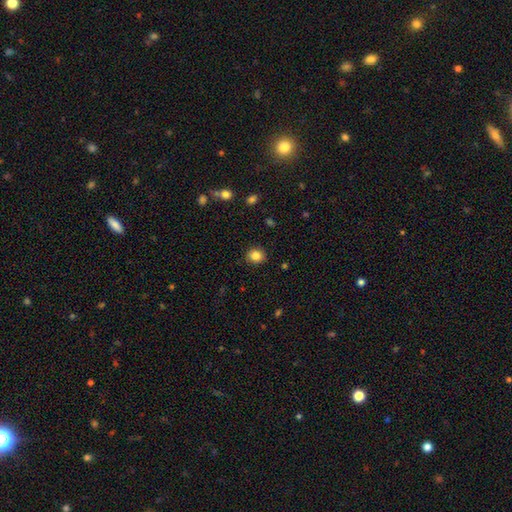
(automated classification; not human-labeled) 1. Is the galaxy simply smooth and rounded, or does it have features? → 84% smooth, 10% star or artifact, 6% featured or disk.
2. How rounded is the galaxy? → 73% round, 26% in between, 1% cigar-shaped.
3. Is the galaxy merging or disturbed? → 89% none, 8% minor disturbance, 2% major disturbance, 1% merger.